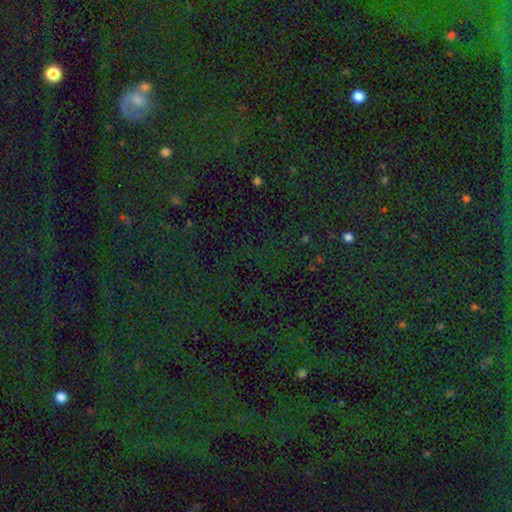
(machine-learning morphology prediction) type=star or artifact (81%).